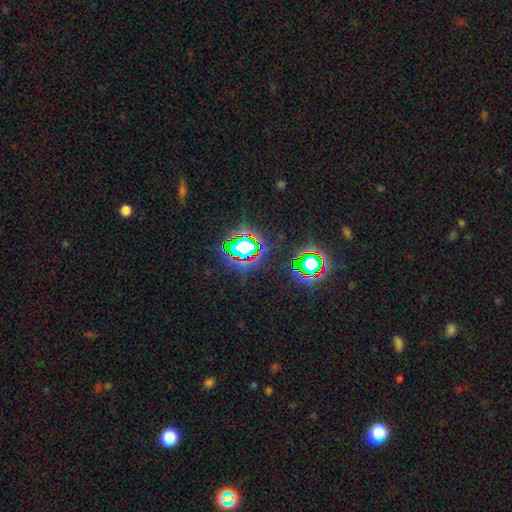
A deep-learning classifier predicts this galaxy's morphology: Smooth or featured?
  - star or artifact: 80% *
  - smooth: 12%
  - featured or disk: 7%